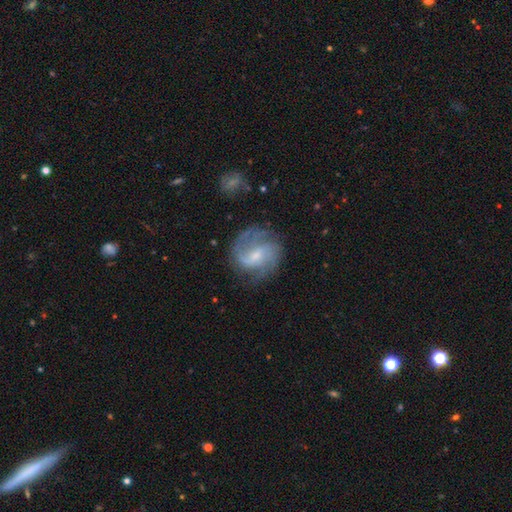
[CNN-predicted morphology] This is clearly a featured or disk galaxy (81%). It is clearly not viewed edge-on (98%). Bar: possibly weak (53%). Spiral arm pattern: clearly yes (95%). Spiral arm count: possibly 2 (51%). Spiral winding: possibly medium (47%). Central bulge: likely small (60%). Merging: likely none (68%).